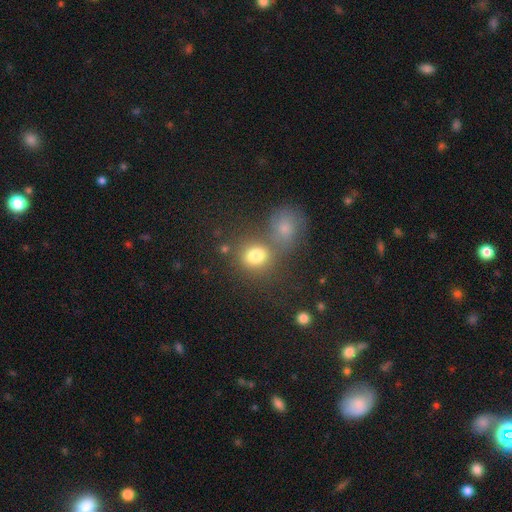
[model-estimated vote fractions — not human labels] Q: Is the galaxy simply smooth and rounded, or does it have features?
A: smooth — 78%.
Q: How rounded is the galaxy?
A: round — 63%.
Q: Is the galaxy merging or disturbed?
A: none — 48%.